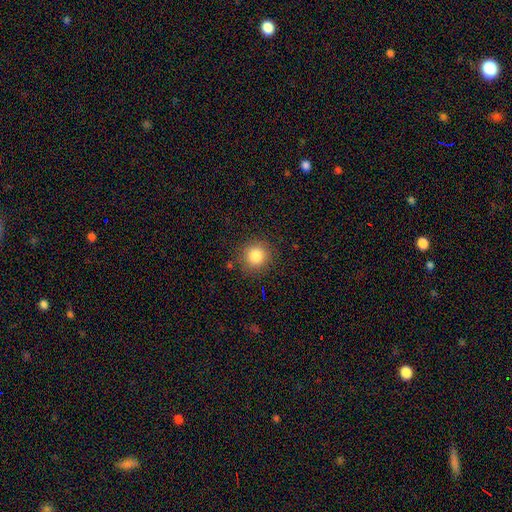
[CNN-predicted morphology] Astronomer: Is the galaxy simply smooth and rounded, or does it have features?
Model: smooth — 84%.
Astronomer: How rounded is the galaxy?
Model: round — 92%.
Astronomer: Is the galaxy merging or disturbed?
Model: none — 87%.